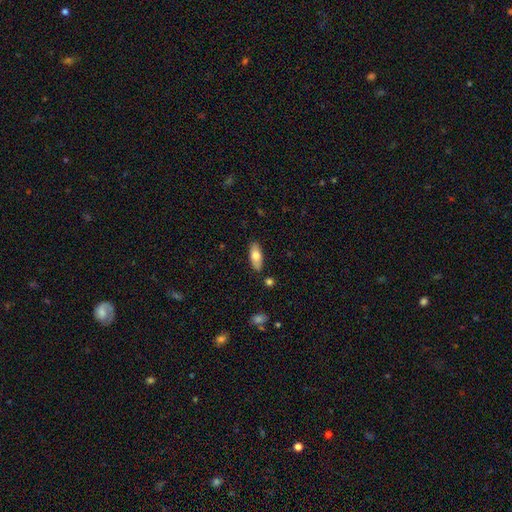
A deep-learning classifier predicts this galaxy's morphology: A smooth galaxy with no disk features (72%) that is in between round and cigar-shaped (80%).

Vote fractions:
- Smooth or featured? smooth: 72% / featured or disk: 22% / star or artifact: 6%
- How rounded? in between: 80% / cigar-shaped: 17% / round: 2%
- Merging? none: 85% / minor disturbance: 10% / merger: 2% / major disturbance: 2%